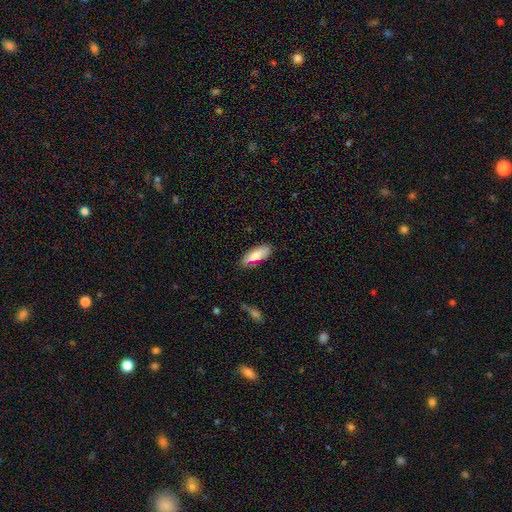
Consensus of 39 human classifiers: This is clearly a smooth galaxy (85%). How rounded: clearly in between (94%). Merging: clearly none (84%).